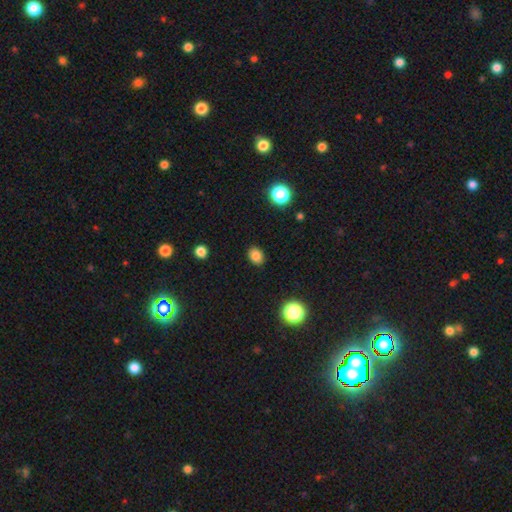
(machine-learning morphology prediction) Overall: smooth (83%). How rounded: in between (59%; round 40%). Merging: none (88%).